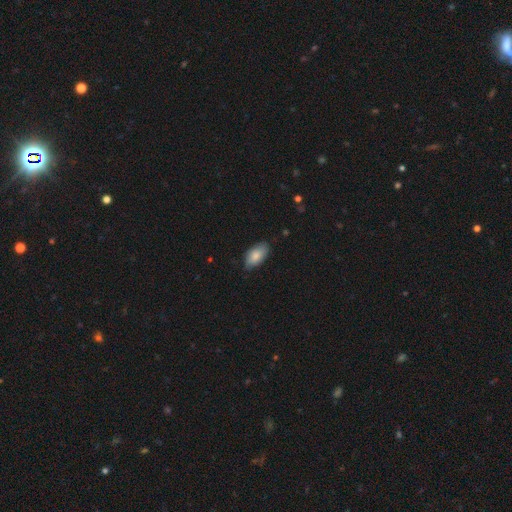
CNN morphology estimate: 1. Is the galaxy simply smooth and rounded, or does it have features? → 82% smooth, 12% featured or disk, 6% star or artifact.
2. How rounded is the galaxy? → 94% in between, 3% cigar-shaped, 3% round.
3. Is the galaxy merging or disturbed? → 74% none, 22% minor disturbance, 3% major disturbance, 1% merger.